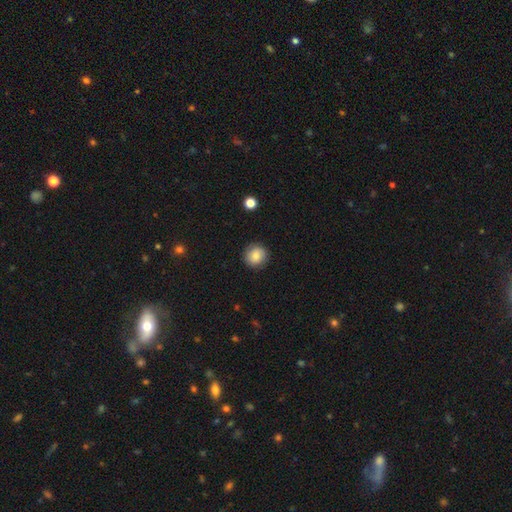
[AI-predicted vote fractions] This is clearly a smooth galaxy (84%). How rounded: clearly round (92%). Merging: clearly none (89%).